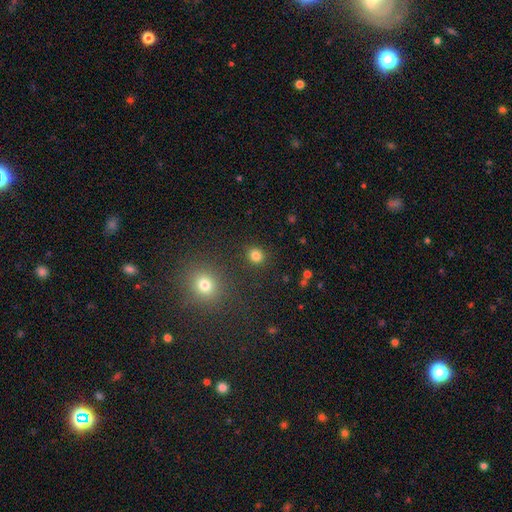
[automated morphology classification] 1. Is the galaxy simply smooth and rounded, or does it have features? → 82% smooth, 14% star or artifact, 4% featured or disk.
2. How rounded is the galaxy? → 80% round, 19% in between, 1% cigar-shaped.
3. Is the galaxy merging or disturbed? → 88% none, 7% minor disturbance, 3% merger, 3% major disturbance.